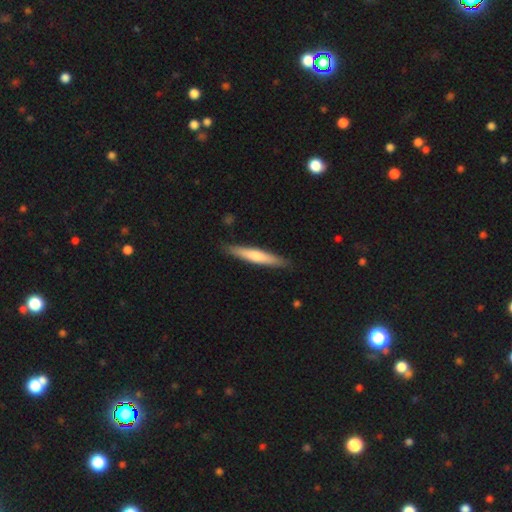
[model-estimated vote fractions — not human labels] This is possibly a smooth galaxy (56%). How rounded: clearly cigar-shaped (93%). Merging: clearly none (89%).